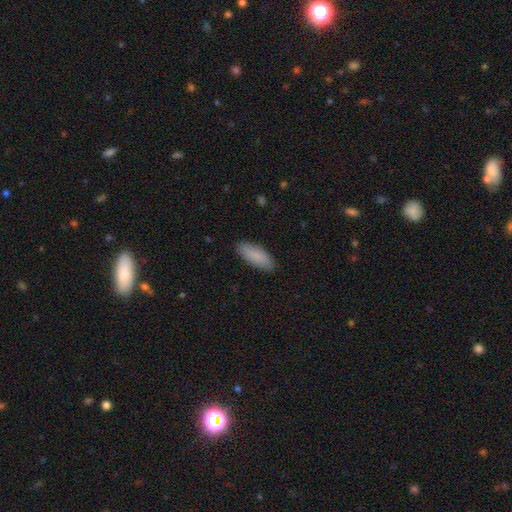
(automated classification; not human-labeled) This appears to be a smooth galaxy with no disk features (88%) that is in between round and cigar-shaped (71%). Merging: none (89%).